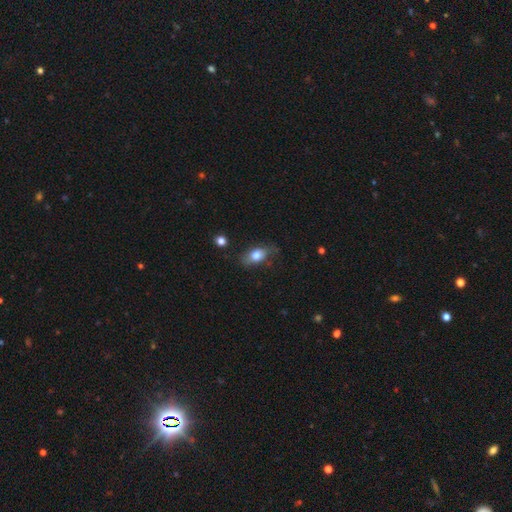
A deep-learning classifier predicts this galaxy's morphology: This appears to be a smooth galaxy with no disk features (75%) that is in between round and cigar-shaped (81%). Merging: none (65%).